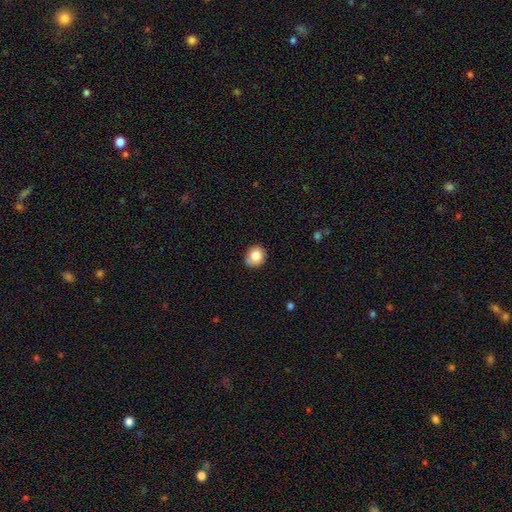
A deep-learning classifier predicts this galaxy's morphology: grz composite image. It shows a smooth galaxy with no disk features (83%) that is round (74%). Merging: none (77%).